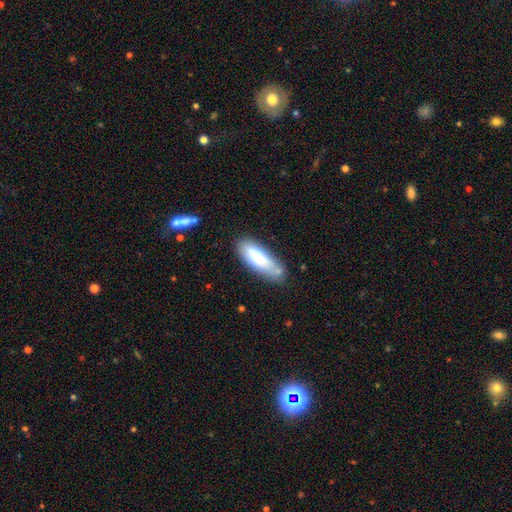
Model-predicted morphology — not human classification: Smooth or featured? Predicted: smooth (p=0.72). How rounded? Predicted: in between (p=0.59). Merging? Predicted: none (p=0.65).